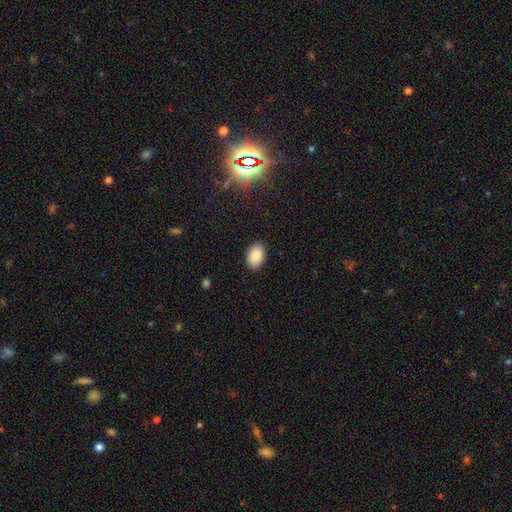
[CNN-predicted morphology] type=smooth (89%); roundness=in between (89%); merging=none (88%).